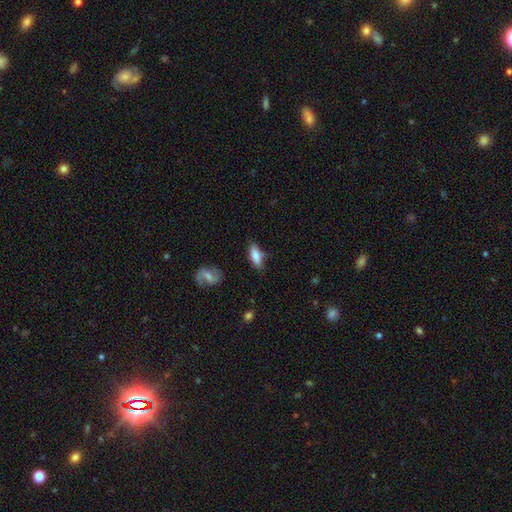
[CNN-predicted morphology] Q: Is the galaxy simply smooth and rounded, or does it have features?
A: smooth — 80%.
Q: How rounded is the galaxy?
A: in between — 69%.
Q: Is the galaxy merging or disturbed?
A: none — 68%.